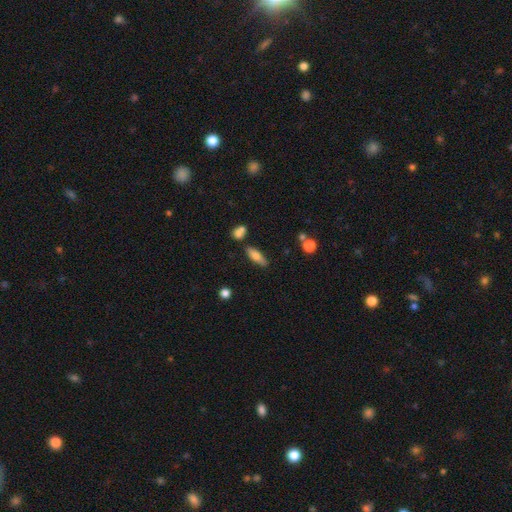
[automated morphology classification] This appears to be a smooth galaxy with no disk features (68%) that is in between round and cigar-shaped (51%). Merging: none (73%).